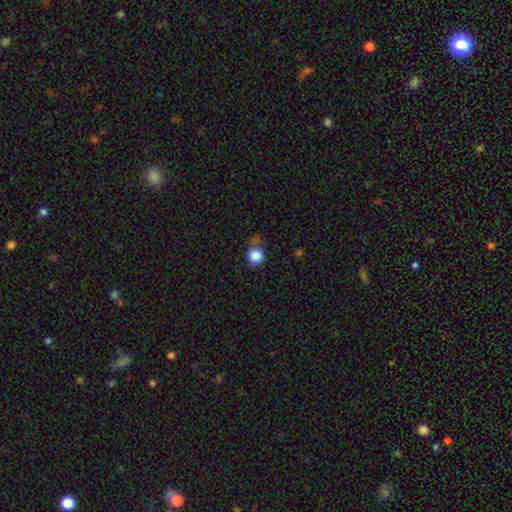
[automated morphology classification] This appears to be a smooth galaxy with no disk features (86%) that is round (91%). Merging: none (63%).